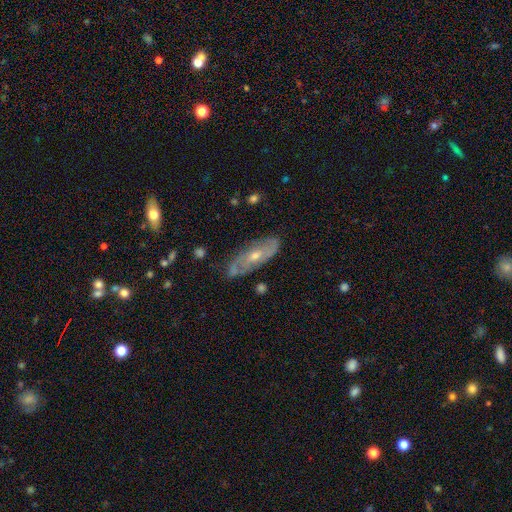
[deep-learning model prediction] smooth-or-featured: featured or disk: 72% | smooth: 20% | star or artifact: 8%
  disk-edge-on: no: 79% | yes: 21%
    bar: no: 69% | weak: 24% | strong: 7%
    has-spiral-arms: yes: 74% | no: 26%
    bulge-size: moderate: 52% | small: 44% | large: 2% | none: 1% | dominant: 1%
  merging: none: 79% | minor disturbance: 15% | major disturbance: 3% | merger: 2%